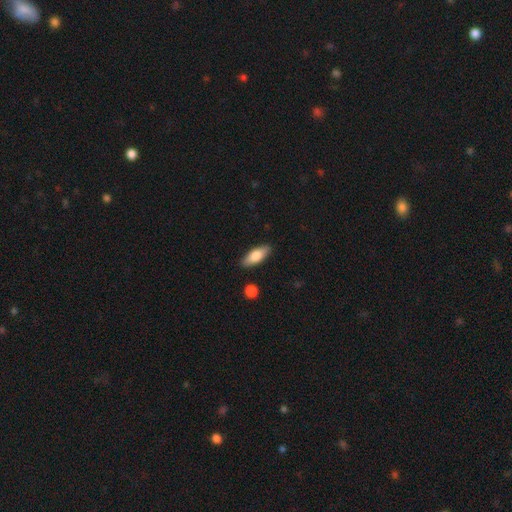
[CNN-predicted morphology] Overall: smooth (75%). How rounded: in between (72%). Merging: none (86%).